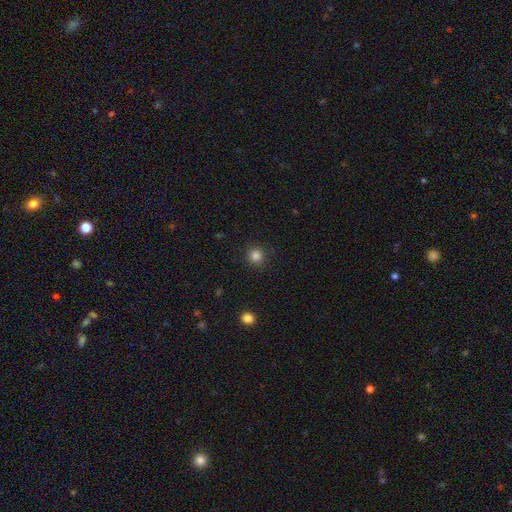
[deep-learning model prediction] Smooth or featured?
  - smooth: 84% *
  - star or artifact: 12%
  - featured or disk: 4%
How rounded?
  - round: 93% *
  - in between: 6%
  - cigar-shaped: 1%
Merging?
  - none: 90% *
  - minor disturbance: 7%
  - major disturbance: 2%
  - merger: 1%